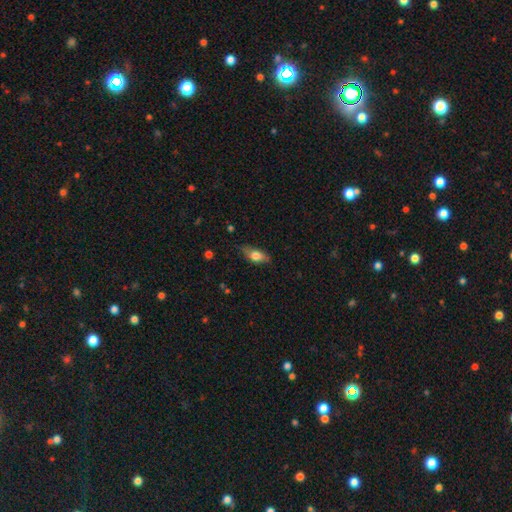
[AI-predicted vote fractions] A smooth galaxy with no disk features (71%) that is in between round and cigar-shaped (80%). Merging: none (75%).